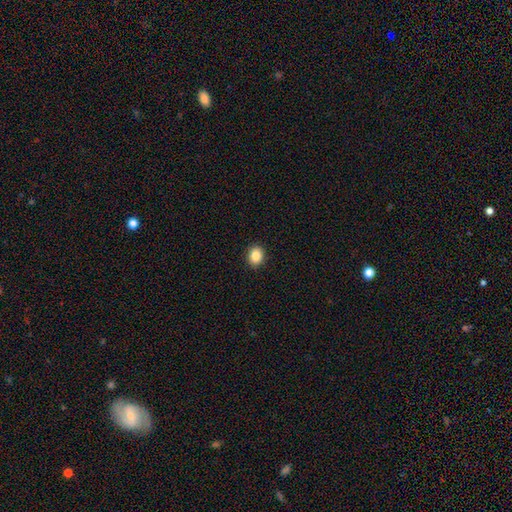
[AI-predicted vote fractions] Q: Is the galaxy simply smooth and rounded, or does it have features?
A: smooth — 86%.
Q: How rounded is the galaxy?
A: round — 53%.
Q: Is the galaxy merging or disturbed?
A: none — 91%.